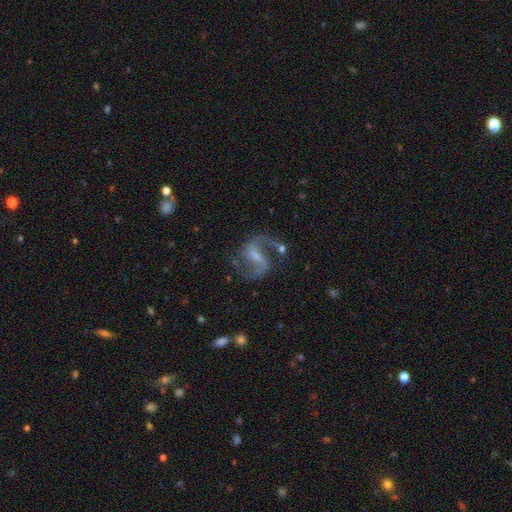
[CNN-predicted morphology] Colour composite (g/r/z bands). It shows a featured or disk galaxy (88%) with a weak bar (46%), 2 (92%) medium (53%) spiral arms (96%) and a small central bulge (47%). Merging: none (74%).